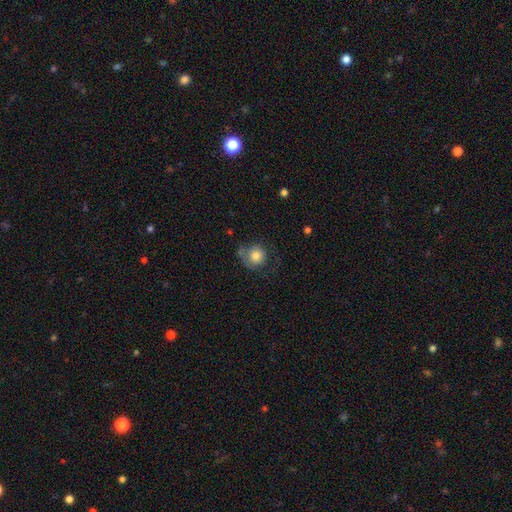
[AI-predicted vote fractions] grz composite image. It shows a smooth galaxy with no disk features (74%) that is round (87%). Merging: none (50%).